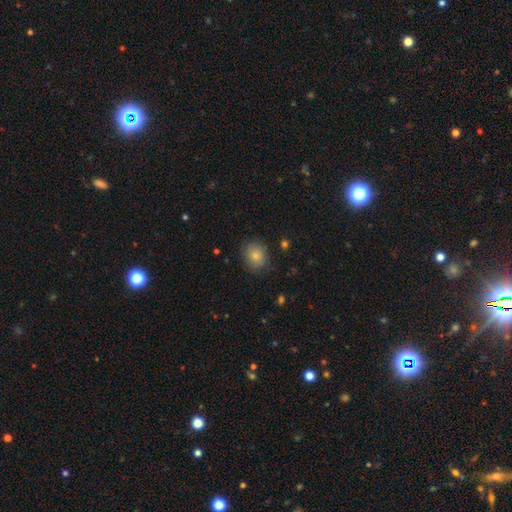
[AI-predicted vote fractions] Overall: smooth (80%). How rounded: round (69%; in between 30%). Merging: none (82%).